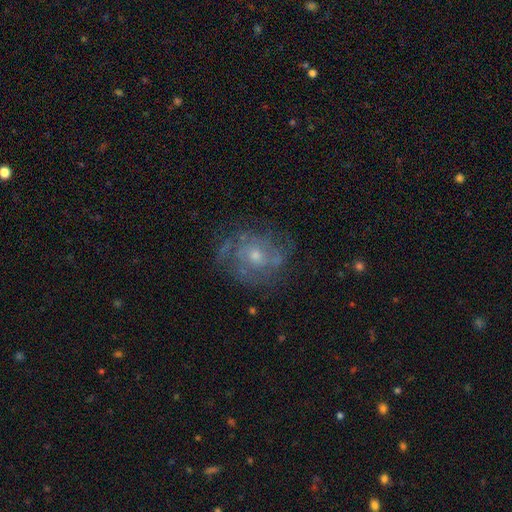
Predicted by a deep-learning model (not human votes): smooth-or-featured: featured or disk: 73% | smooth: 18% | star or artifact: 9%
  disk-edge-on: no: 97% | yes: 3%
    bar: no: 75% | weak: 21% | strong: 3%
    has-spiral-arms: yes: 78% | no: 22%
      spiral-winding: tight: 42% | medium: 41% | loose: 17%
      spiral-arm-count: can't tell: 40% | 2: 29% | 3: 16% | 4: 6% | 1: 5% | more than 4: 4%
    bulge-size: small: 53% | moderate: 42% | none: 2% | large: 2% | dominant: 1%
  merging: none: 65% | minor disturbance: 20% | major disturbance: 14% | merger: 2%